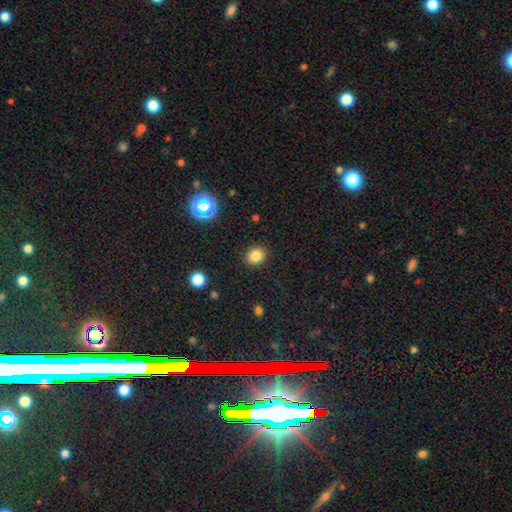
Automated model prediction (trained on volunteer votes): A smooth galaxy with no disk features (82%) that is round (80%).

Vote fractions:
- Smooth or featured? smooth: 82% / star or artifact: 13% / featured or disk: 5%
- How rounded? round: 80% / in between: 19% / cigar-shaped: 1%
- Merging? none: 90% / minor disturbance: 7% / major disturbance: 2% / merger: 1%